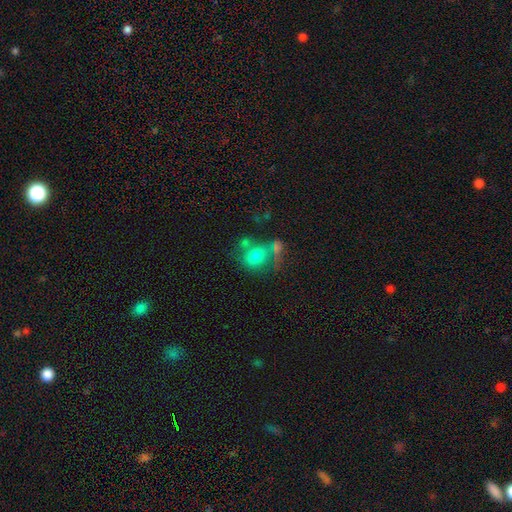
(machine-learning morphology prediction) Smooth or featured?
  - smooth: 72% *
  - featured or disk: 16%
  - star or artifact: 12%
How rounded?
  - in between: 52% *
  - round: 46%
  - cigar-shaped: 2%
Merging?
  - none: 39% *
  - merger: 32%
  - minor disturbance: 16%
  - major disturbance: 13%